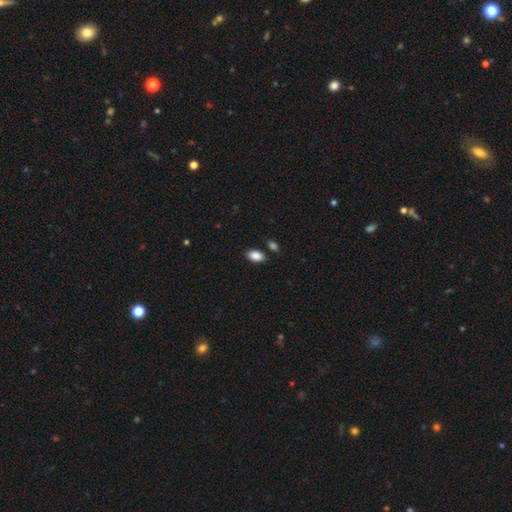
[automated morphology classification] smooth-or-featured: smooth: 89% | star or artifact: 8% | featured or disk: 3%
  how-rounded: in between: 92% | round: 6% | cigar-shaped: 2%
  merging: none: 83% | minor disturbance: 10% | merger: 5% | major disturbance: 2%